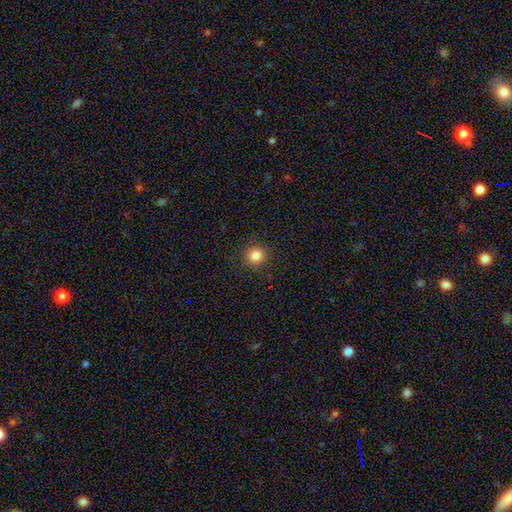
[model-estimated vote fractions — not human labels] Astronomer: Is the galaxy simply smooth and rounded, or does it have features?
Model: smooth — 84%.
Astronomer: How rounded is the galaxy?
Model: round — 93%.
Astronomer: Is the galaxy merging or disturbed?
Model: none — 91%.